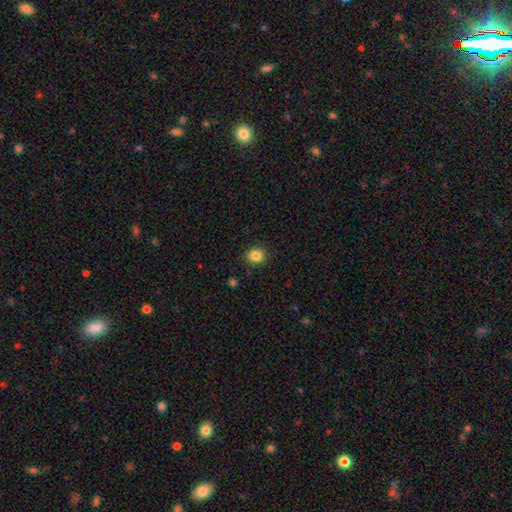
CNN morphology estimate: type=smooth (85%); roundness=round (78%); merging=none (89%).